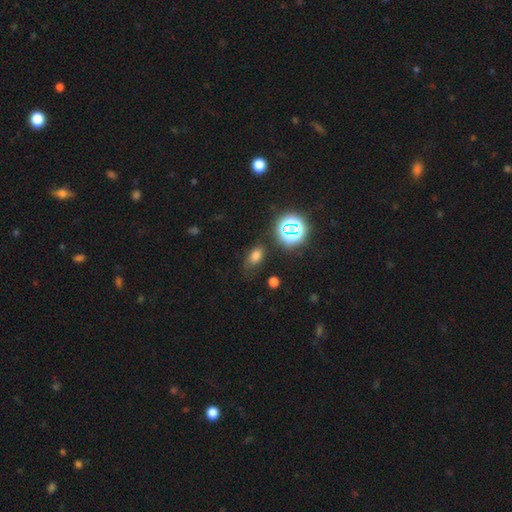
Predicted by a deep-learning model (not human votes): This is likely a smooth galaxy (69%). How rounded: clearly in between (83%). Merging: likely none (71%).